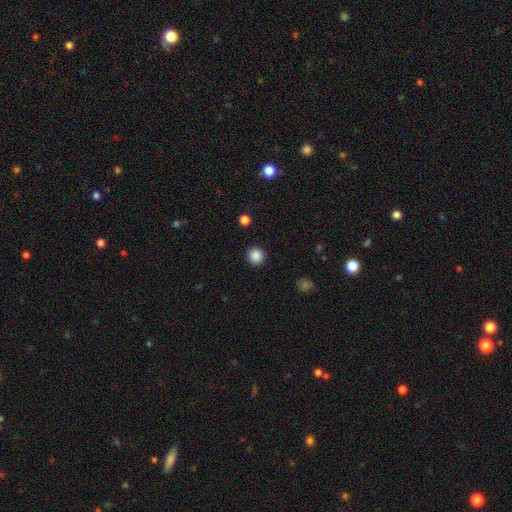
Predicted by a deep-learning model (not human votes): Q: Smooth or featured?
A: smooth (87%); runner-up: star or artifact (10%)
Q: How rounded?
A: round (95%); runner-up: in between (4%)
Q: Merging?
A: none (93%); runner-up: minor disturbance (4%)